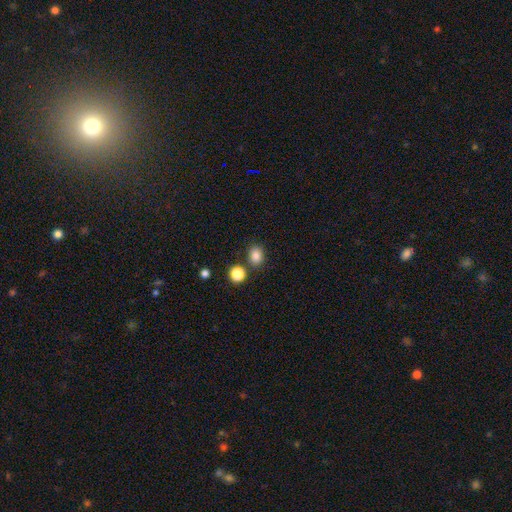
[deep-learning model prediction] Smooth or featured? smooth (84%)
How rounded? round (52%)
Merging? none (77%)